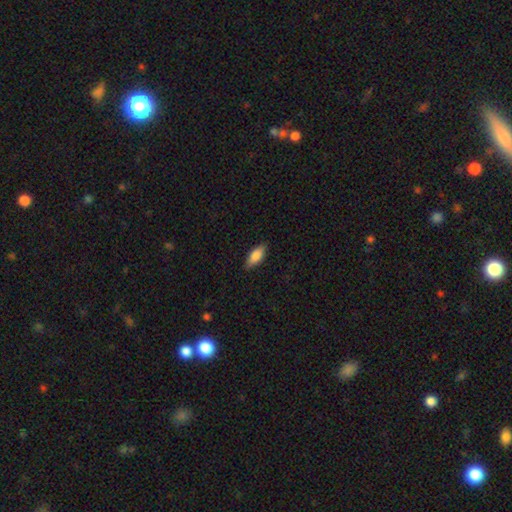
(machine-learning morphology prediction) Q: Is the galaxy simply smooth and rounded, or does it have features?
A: smooth — 77%.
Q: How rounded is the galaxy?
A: in between — 73%.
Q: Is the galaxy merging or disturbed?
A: none — 86%.